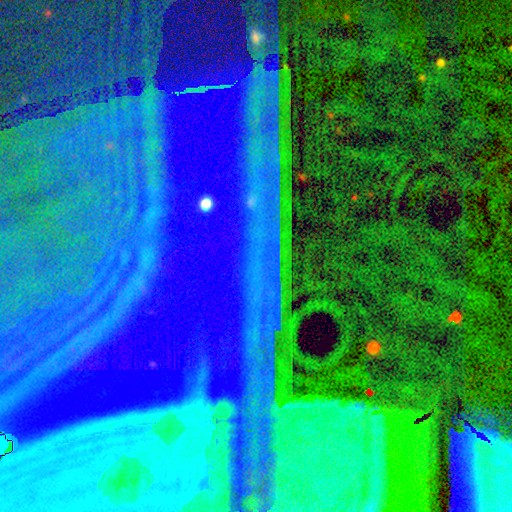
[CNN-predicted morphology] star or artifact 84%, featured or disk 9%, smooth 7%.